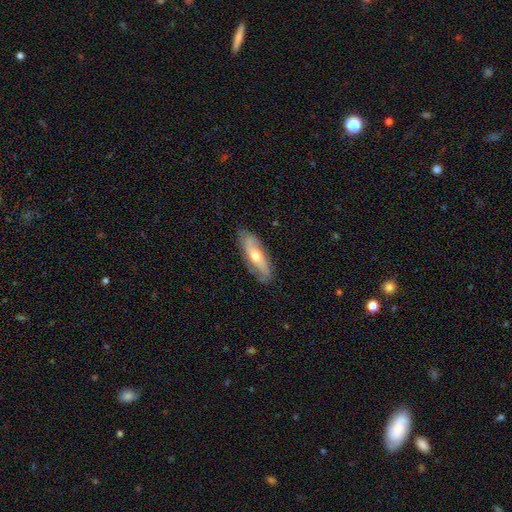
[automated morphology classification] Smooth or featured: featured or disk — 64% (smooth — 30%)
Edge-on disk: no — 75% (yes — 25%)
Merging: none — 82% (minor disturbance — 14%)